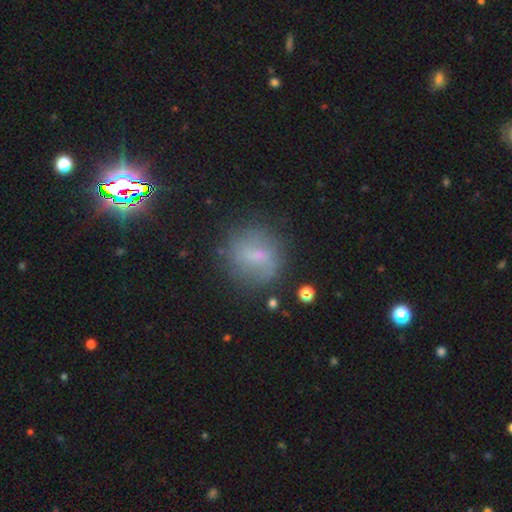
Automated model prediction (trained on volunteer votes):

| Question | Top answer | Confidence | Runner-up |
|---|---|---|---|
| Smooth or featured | smooth | 47% | featured or disk (39%) |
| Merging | none | 73% | minor disturbance (17%) |